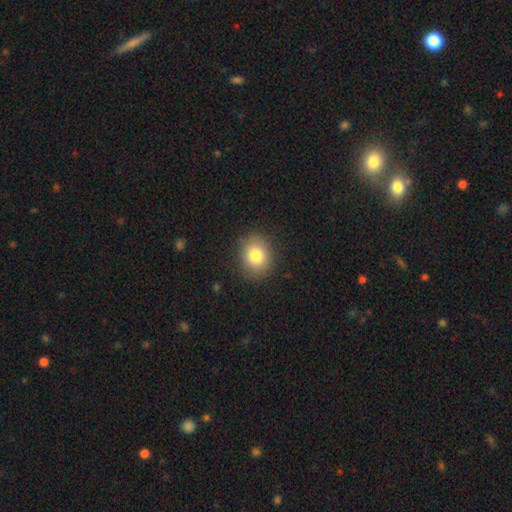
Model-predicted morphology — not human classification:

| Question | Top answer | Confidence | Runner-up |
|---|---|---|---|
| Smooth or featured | smooth | 81% | star or artifact (10%) |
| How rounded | round | 69% | in between (30%) |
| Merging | none | 89% | minor disturbance (8%) |